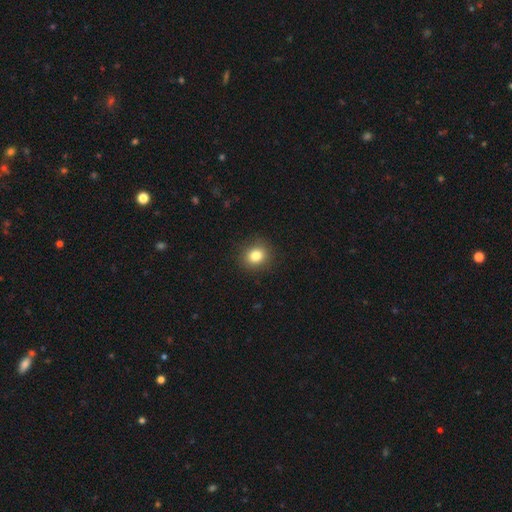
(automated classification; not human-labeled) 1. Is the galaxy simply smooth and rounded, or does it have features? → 83% smooth, 11% star or artifact, 6% featured or disk.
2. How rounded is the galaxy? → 77% round, 22% in between, 1% cigar-shaped.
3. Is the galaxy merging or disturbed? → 90% none, 7% minor disturbance, 2% major disturbance, 1% merger.